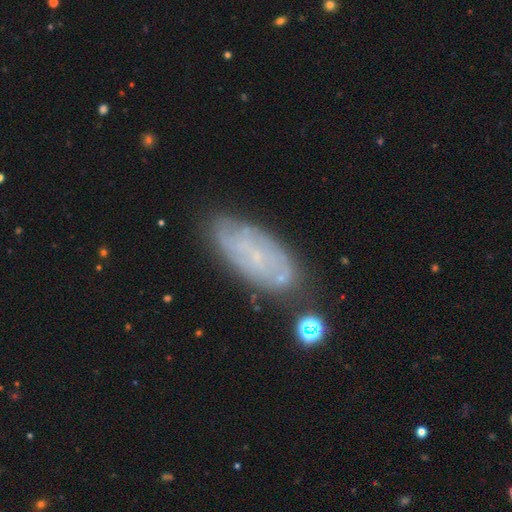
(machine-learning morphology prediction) Q: Smooth or featured?
A: featured or disk (64%); runner-up: smooth (27%)
Q: Edge-on disk?
A: no (90%); runner-up: yes (10%)
Q: Bar?
A: no (72%); runner-up: weak (23%)
Q: Spiral arms?
A: yes (78%); runner-up: no (22%)
Q: Bulge size?
A: small (73%); runner-up: none (18%)
Q: Merging?
A: none (71%); runner-up: minor disturbance (18%)